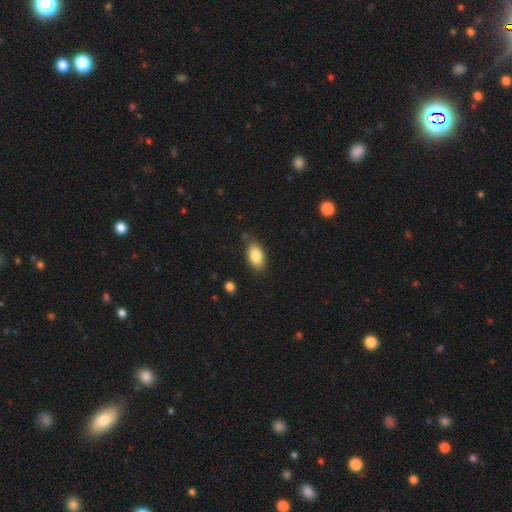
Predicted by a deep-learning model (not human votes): smooth-or-featured: smooth: 84% | featured or disk: 9% | star or artifact: 7%
  how-rounded: in between: 91% | cigar-shaped: 5% | round: 4%
  merging: none: 80% | minor disturbance: 15% | major disturbance: 3% | merger: 2%